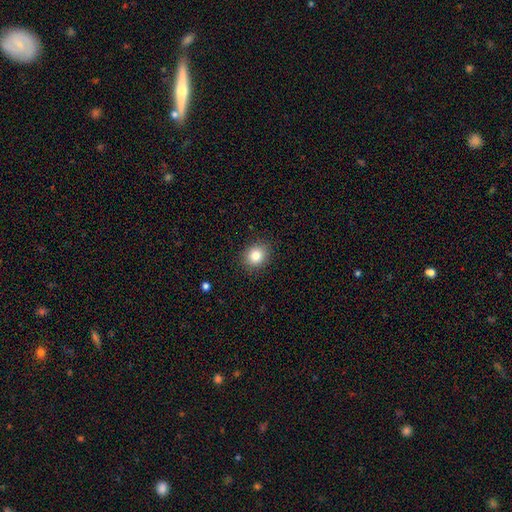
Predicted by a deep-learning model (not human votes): A smooth galaxy with no disk features (82%) that is round (71%).

Vote fractions:
- Smooth or featured? smooth: 82% / star or artifact: 10% / featured or disk: 7%
- How rounded? round: 71% / in between: 28% / cigar-shaped: 1%
- Merging? none: 89% / minor disturbance: 8% / major disturbance: 2% / merger: 1%